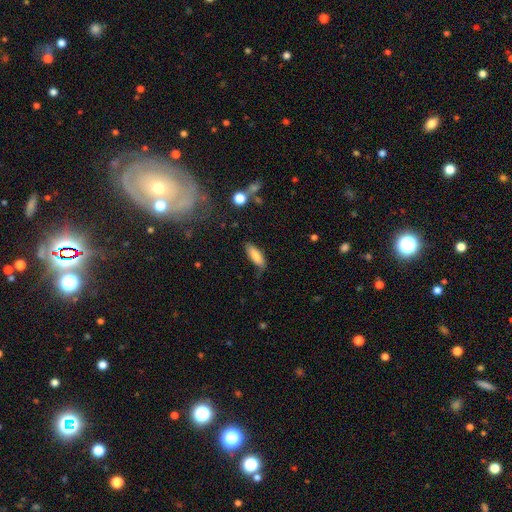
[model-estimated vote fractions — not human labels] smooth_or_featured: smooth (p=0.83) [alt: featured or disk p=0.10]
how_rounded: in between (p=0.63) [alt: cigar-shaped p=0.35]
merging: none (p=0.70) [alt: minor disturbance p=0.22]